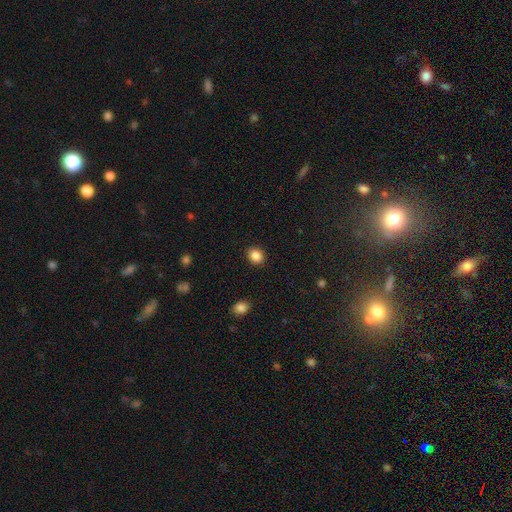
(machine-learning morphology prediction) A smooth galaxy with no disk features (86%) that is round (59%). Merging: none (90%).